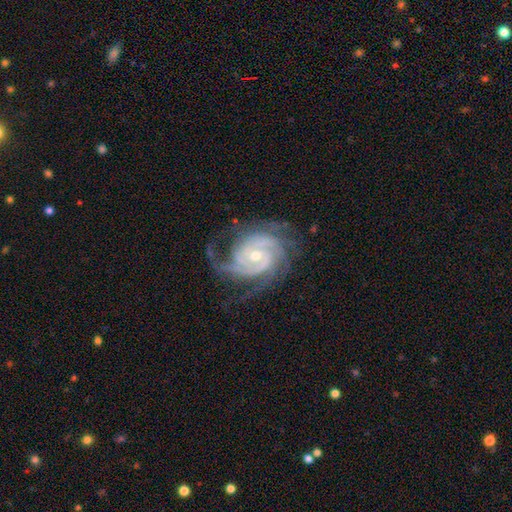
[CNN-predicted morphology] Smooth or featured: featured or disk — 92% (star or artifact — 5%)
Edge-on disk: no — 98% (yes — 2%)
Bar: no — 60% (weak — 30%)
Spiral arms: yes — 98% (no — 2%)
Spiral winding: tight — 63% (medium — 31%)
Spiral arm count: 3 — 35% (2 — 25%)
Bulge size: moderate — 49% (small — 47%)
Merging: none — 67% (minor disturbance — 19%)